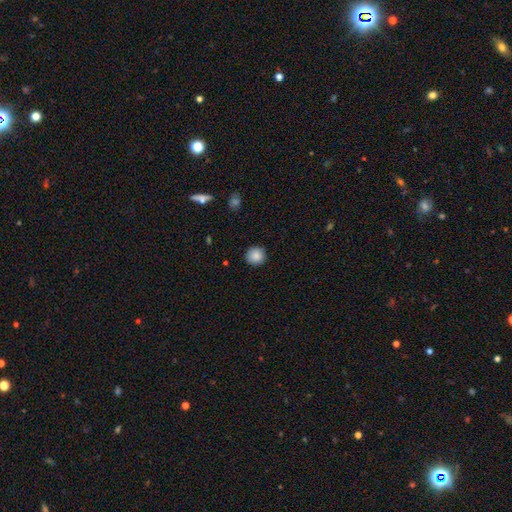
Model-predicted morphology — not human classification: smooth-or-featured: smooth: 87% | star or artifact: 9% | featured or disk: 4%
  how-rounded: round: 93% | in between: 7% | cigar-shaped: 1%
  merging: none: 91% | minor disturbance: 7% | major disturbance: 2% | merger: 1%